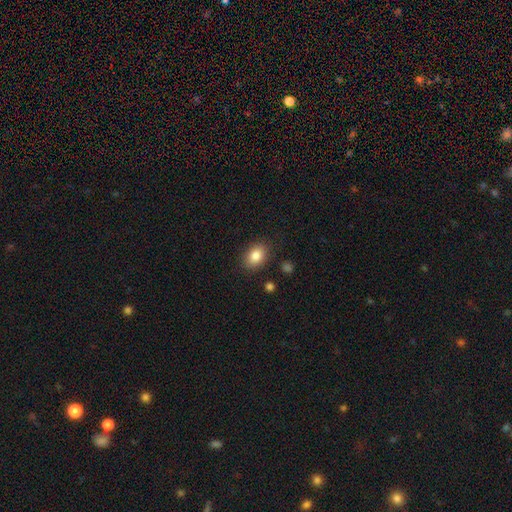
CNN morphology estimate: Overall: smooth (85%). How rounded: in between (73%). Merging: none (85%).